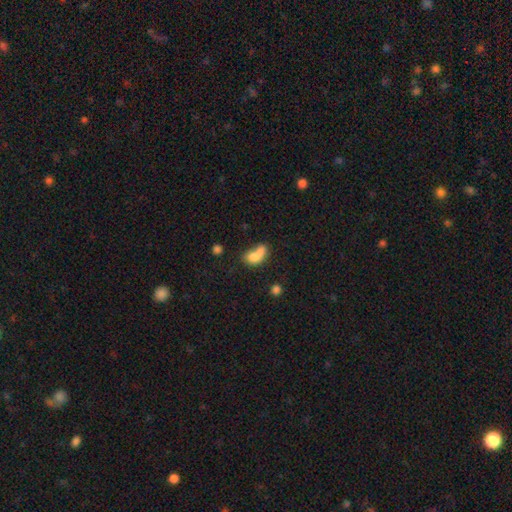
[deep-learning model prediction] Overall: smooth (74%). How rounded: in between (73%). Merging: merger (57%; none 21%).